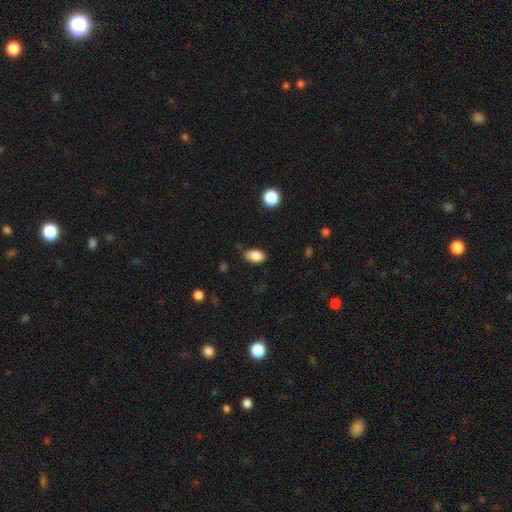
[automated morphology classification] Smooth or featured: smooth — 84% (featured or disk — 8%)
How rounded: in between — 90% (round — 7%)
Merging: none — 74% (minor disturbance — 20%)